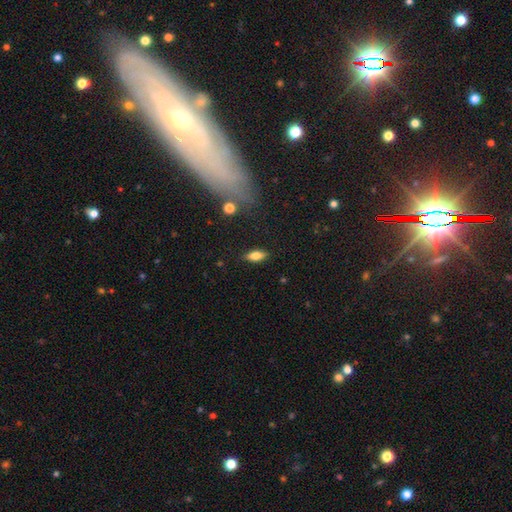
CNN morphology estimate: The model was most divided on "smooth or featured": smooth: 68%, featured or disk: 24%, star or artifact: 8%. More confident: merging — none (86%); how rounded — in between (76%).